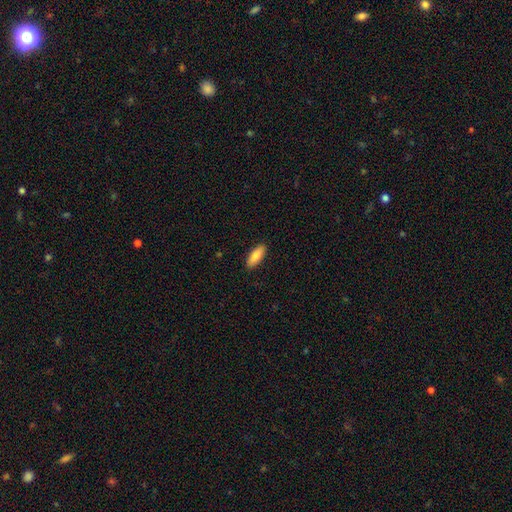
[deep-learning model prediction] Smooth or featured? smooth (83%)
How rounded? in between (71%)
Merging? none (89%)